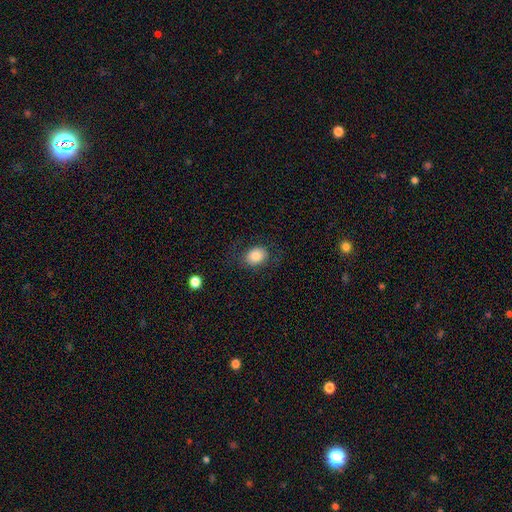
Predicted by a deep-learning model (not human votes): Q: Smooth or featured?
A: smooth (82%); runner-up: featured or disk (9%)
Q: How rounded?
A: in between (62%); runner-up: round (37%)
Q: Merging?
A: none (78%); runner-up: minor disturbance (13%)